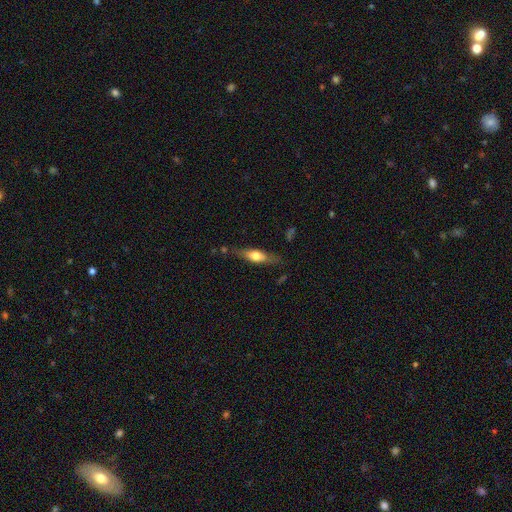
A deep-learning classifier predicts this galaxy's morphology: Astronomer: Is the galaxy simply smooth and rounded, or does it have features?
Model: smooth — 50% (runner-up: featured or disk, 43%).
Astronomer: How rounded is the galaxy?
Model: cigar-shaped — 59% (runner-up: in between, 38%).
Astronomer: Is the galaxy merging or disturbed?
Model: none — 74%.